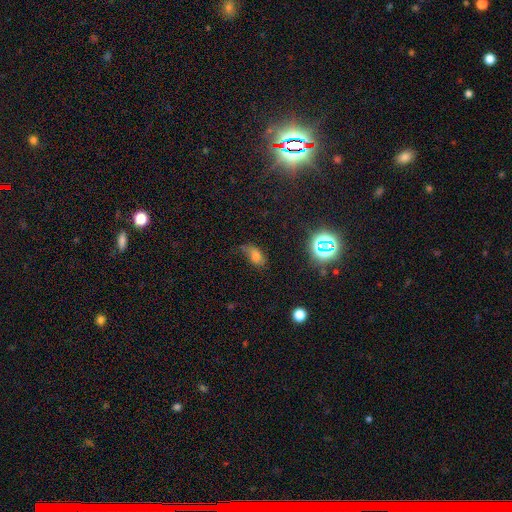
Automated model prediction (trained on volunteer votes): smooth 67%, star or artifact 21%, featured or disk 12%. Down the decision tree: how rounded — in between (86%); merging — none (48%).